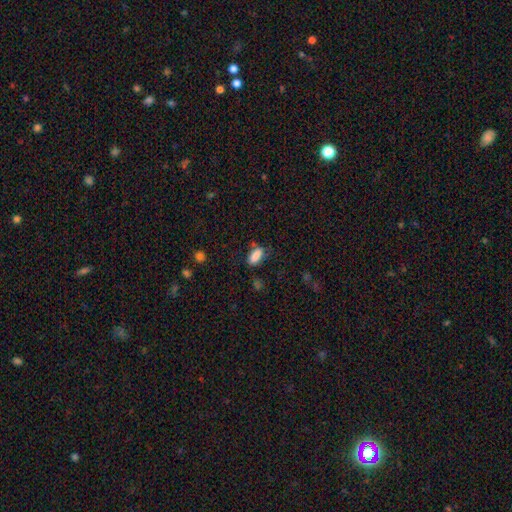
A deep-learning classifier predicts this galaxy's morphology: Smooth or featured? smooth (86%)
How rounded? in between (84%)
Merging? none (69%)